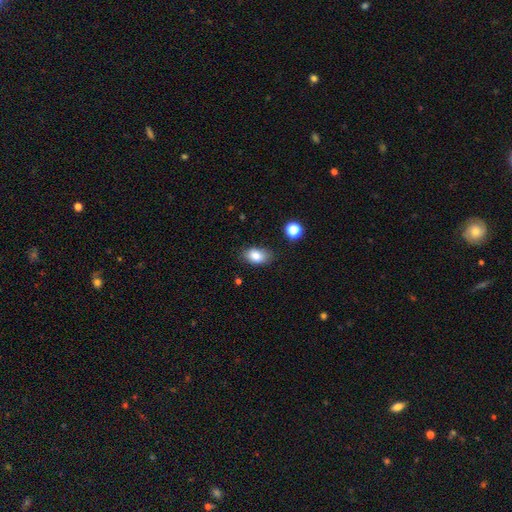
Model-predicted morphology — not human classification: Overall: smooth (84%). How rounded: in between (89%). Merging: none (77%).